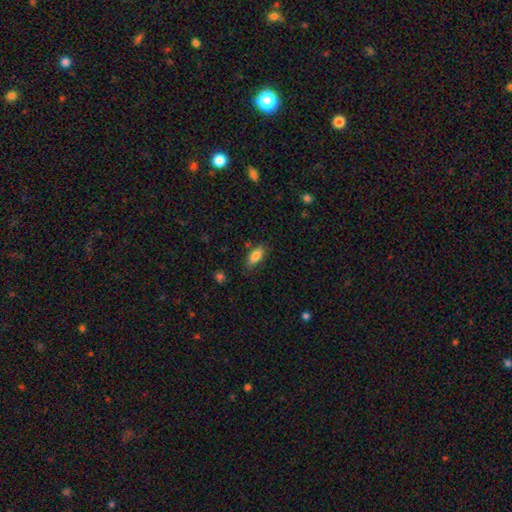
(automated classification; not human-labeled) Overall: smooth (83%). How rounded: in between (81%). Merging: none (79%).